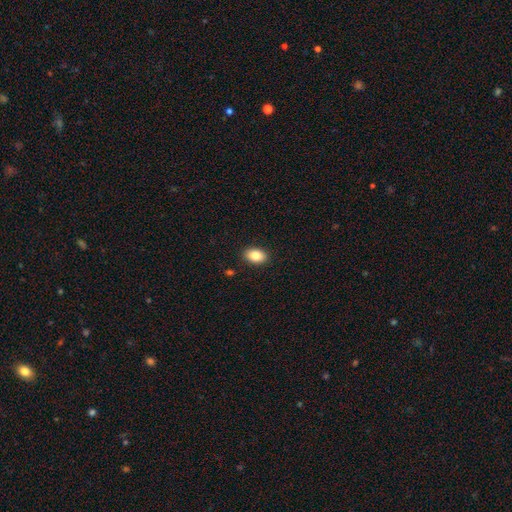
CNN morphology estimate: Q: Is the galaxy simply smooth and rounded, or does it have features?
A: smooth — 84%.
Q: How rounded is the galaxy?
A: in between — 87%.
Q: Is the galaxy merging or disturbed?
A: none — 89%.